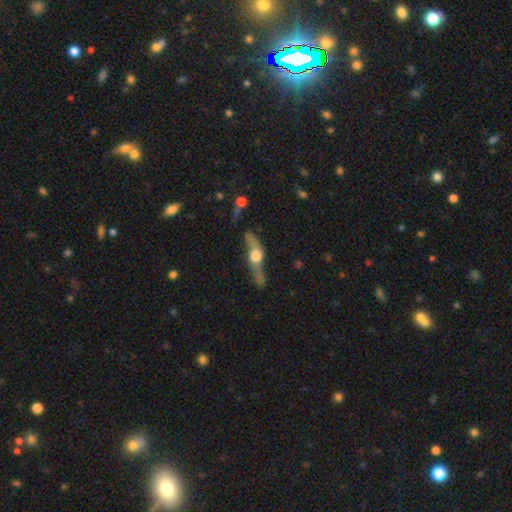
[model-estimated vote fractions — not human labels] Q: Smooth or featured?
A: featured or disk (73%); runner-up: smooth (19%)
Q: Edge-on disk?
A: yes (80%); runner-up: no (20%)
Q: Edge-on bulge?
A: rounded (92%); runner-up: boxy (6%)
Q: Merging?
A: none (63%); runner-up: minor disturbance (18%)